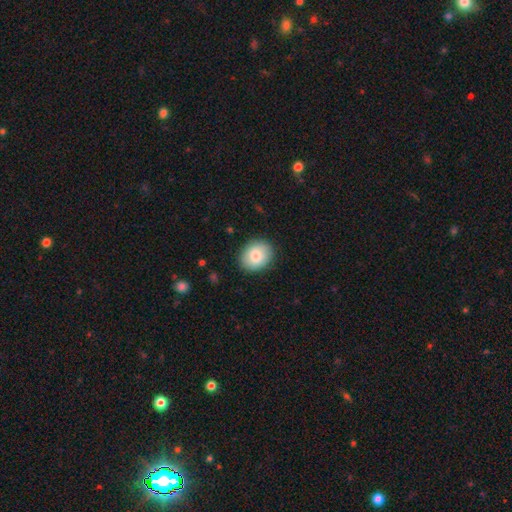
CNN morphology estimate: Q: Smooth or featured?
A: smooth (81%); runner-up: featured or disk (12%)
Q: How rounded?
A: round (55%); runner-up: in between (44%)
Q: Merging?
A: none (88%); runner-up: minor disturbance (9%)